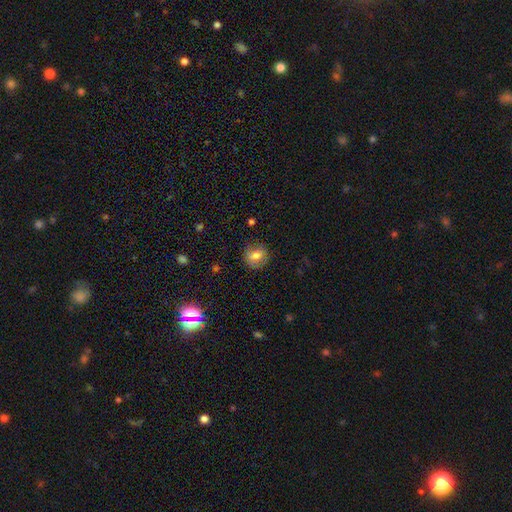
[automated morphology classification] type=smooth (72%); roundness=round (81%); merging=none (82%).